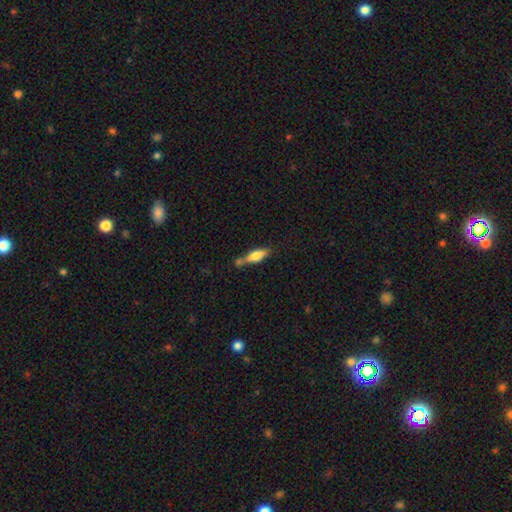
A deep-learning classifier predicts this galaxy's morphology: The model was most divided on "how rounded": in between: 52%, cigar-shaped: 45%, round: 3%. Remaining: smooth or featured — smooth (65%); merging — none (46%).